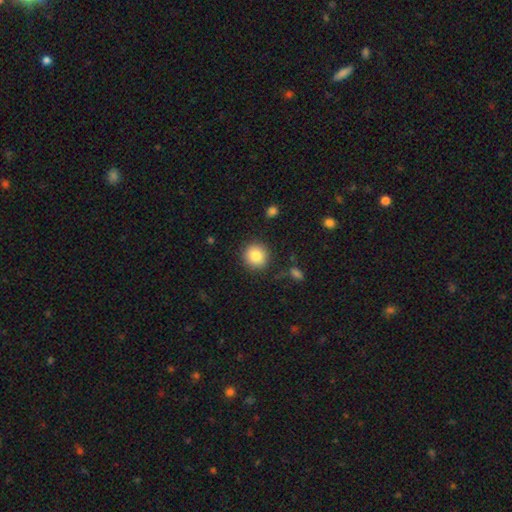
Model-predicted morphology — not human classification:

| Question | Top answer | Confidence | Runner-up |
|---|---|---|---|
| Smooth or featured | smooth | 84% | star or artifact (9%) |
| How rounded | round | 93% | in between (6%) |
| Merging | none | 88% | minor disturbance (8%) |